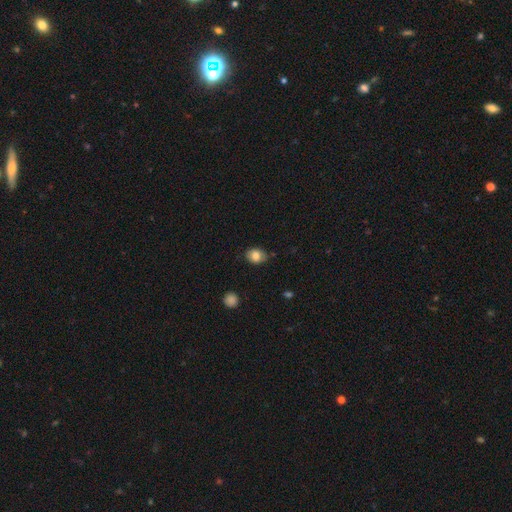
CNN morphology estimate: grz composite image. It shows a smooth galaxy with no disk features (81%) that is in between round and cigar-shaped (60%). Merging: none (76%).